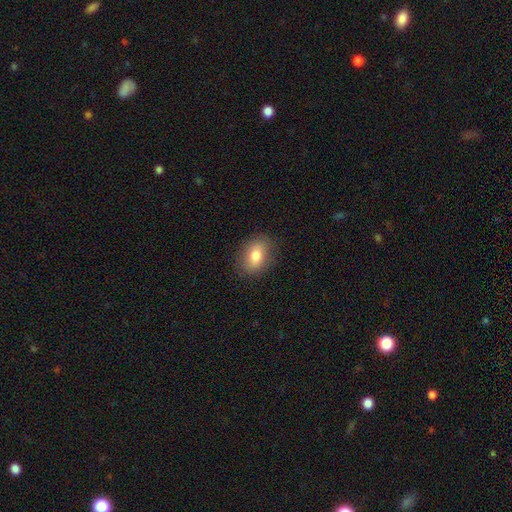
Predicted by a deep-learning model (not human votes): Morphology: type=smooth (77%); roundness=in between (75%); merging=none (85%).